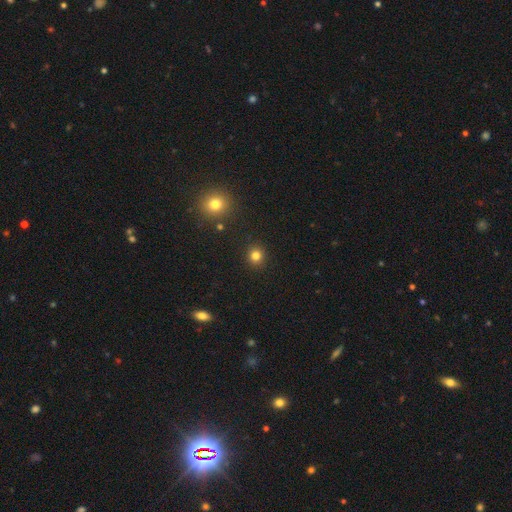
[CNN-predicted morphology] smooth 81%, star or artifact 14%, featured or disk 5%. Down the decision tree: how rounded — round (90%); merging — none (91%).